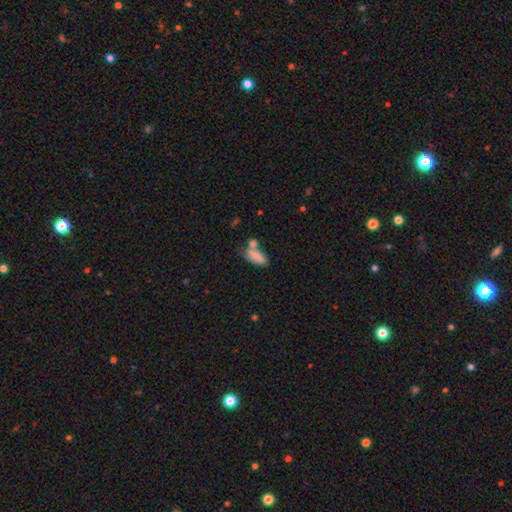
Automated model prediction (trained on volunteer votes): Q: Smooth or featured?
A: smooth (74%); runner-up: featured or disk (17%)
Q: How rounded?
A: in between (82%); runner-up: cigar-shaped (14%)
Q: Merging?
A: none (38%); runner-up: merger (35%)